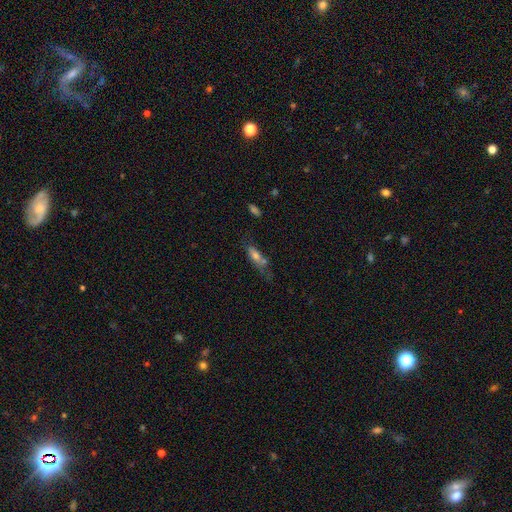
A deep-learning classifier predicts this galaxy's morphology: Q: Smooth or featured?
A: smooth (56%); runner-up: featured or disk (31%)
Q: How rounded?
A: in between (53%); runner-up: cigar-shaped (43%)
Q: Merging?
A: none (42%); runner-up: minor disturbance (24%)